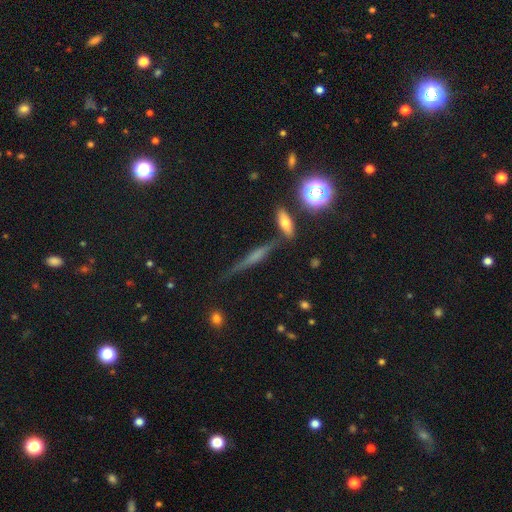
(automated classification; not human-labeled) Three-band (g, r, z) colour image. It shows a featured or disk galaxy (54%) viewed edge-on (93%) with a rounded central bulge (43%). Merging: none (73%).